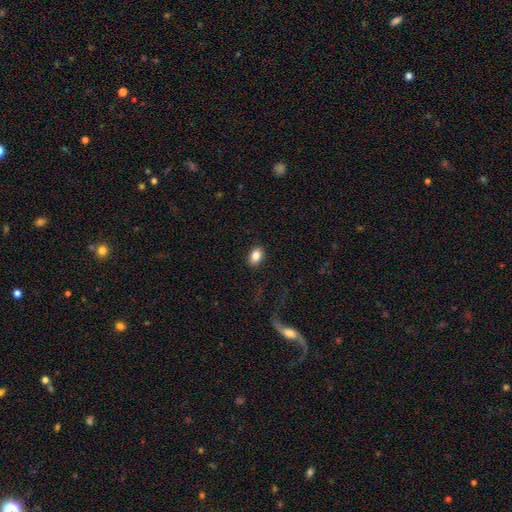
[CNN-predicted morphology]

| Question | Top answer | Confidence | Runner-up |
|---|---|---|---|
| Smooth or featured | smooth | 85% | star or artifact (9%) |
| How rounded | in between | 82% | round (17%) |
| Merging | none | 88% | minor disturbance (8%) |